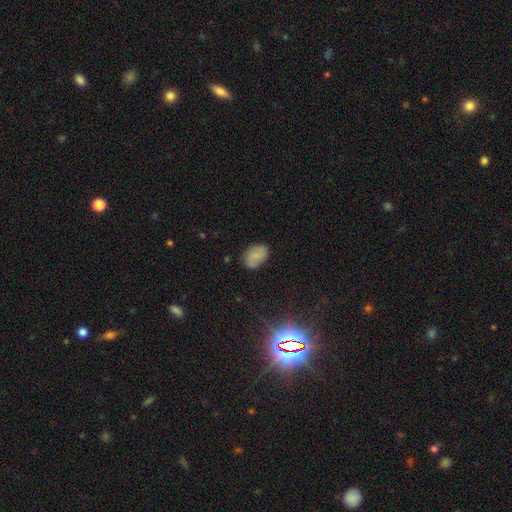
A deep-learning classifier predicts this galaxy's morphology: A smooth galaxy with no disk features (65%) that is in between round and cigar-shaped (82%).

Vote fractions:
- Smooth or featured? smooth: 65% / featured or disk: 25% / star or artifact: 11%
- How rounded? in between: 82% / round: 16% / cigar-shaped: 1%
- Merging? none: 77% / minor disturbance: 17% / major disturbance: 4% / merger: 2%